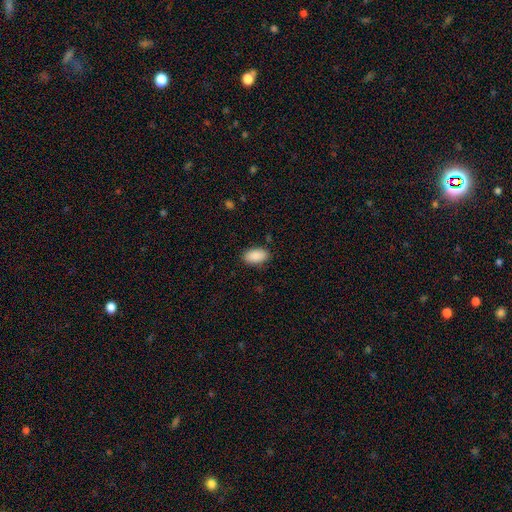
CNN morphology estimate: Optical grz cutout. It shows a smooth galaxy with no disk features (90%) that is in between round and cigar-shaped (95%). Merging: none (87%).